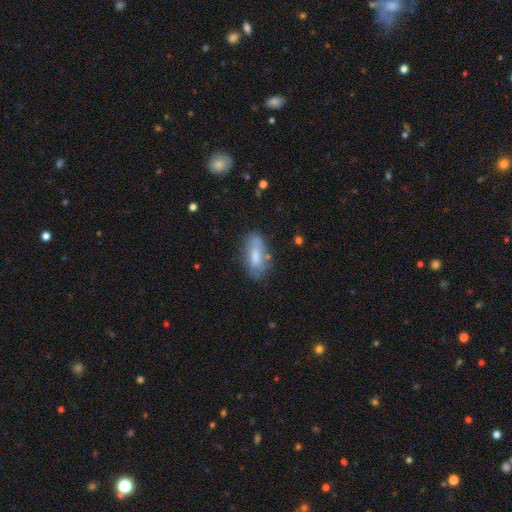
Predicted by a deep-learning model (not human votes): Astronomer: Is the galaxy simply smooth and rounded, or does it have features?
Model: smooth — 68%.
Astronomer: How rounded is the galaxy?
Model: in between — 85%.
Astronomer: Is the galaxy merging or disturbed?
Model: none — 64%.